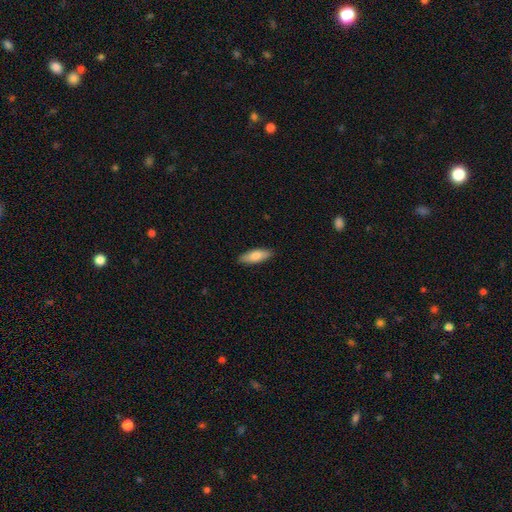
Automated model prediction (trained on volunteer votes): Smooth or featured? smooth (78%)
How rounded? in between (63%)
Merging? none (88%)